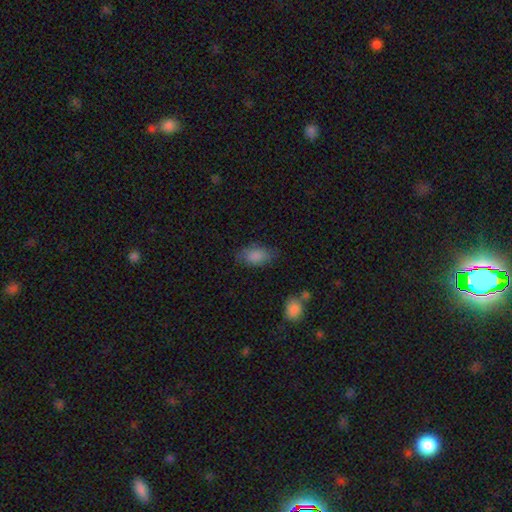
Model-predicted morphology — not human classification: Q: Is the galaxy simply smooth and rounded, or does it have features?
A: smooth — 85%.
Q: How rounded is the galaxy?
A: in between — 91%.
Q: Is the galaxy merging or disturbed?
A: none — 71%.